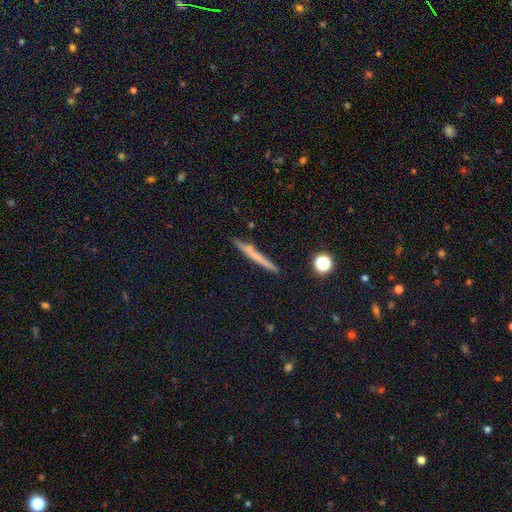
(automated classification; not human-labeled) The model was most divided on "smooth or featured": smooth: 52%, featured or disk: 38%, star or artifact: 10%. More confident: how rounded — cigar-shaped (95%); merging — none (87%).